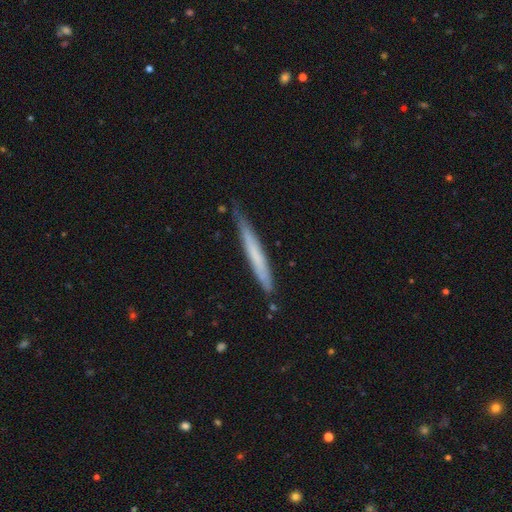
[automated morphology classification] smooth-or-featured: smooth: 58% | featured or disk: 37% | star or artifact: 6%
  how-rounded: cigar-shaped: 97% | in between: 2% | round: 1%
  merging: none: 80% | minor disturbance: 16% | major disturbance: 2% | merger: 2%